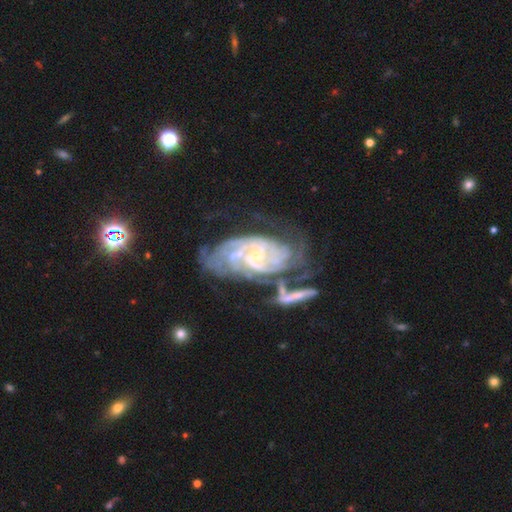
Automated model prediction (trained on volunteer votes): A featured or disk galaxy (89%) with no bar (44%), tight (65%) spiral arms (97%) and a small central bulge (72%). Merging: none (34%).